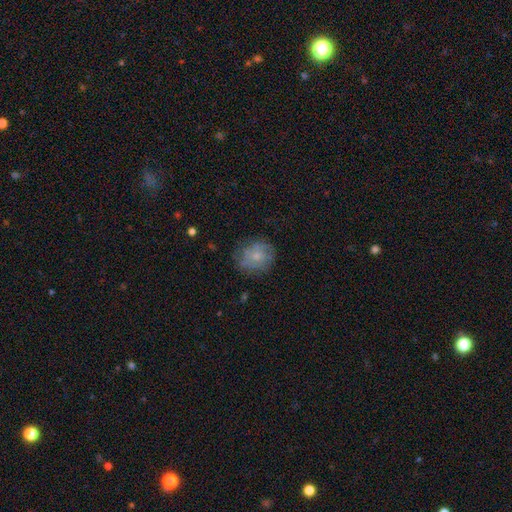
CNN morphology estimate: Q: Smooth or featured?
A: smooth (47%); runner-up: featured or disk (44%)
Q: Merging?
A: none (68%); runner-up: minor disturbance (21%)